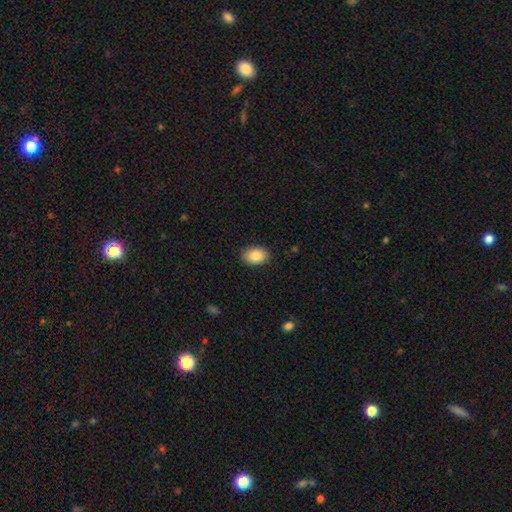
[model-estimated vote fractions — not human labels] This appears to be a smooth galaxy with no disk features (86%) that is in between round and cigar-shaped (80%). Merging: none (88%).